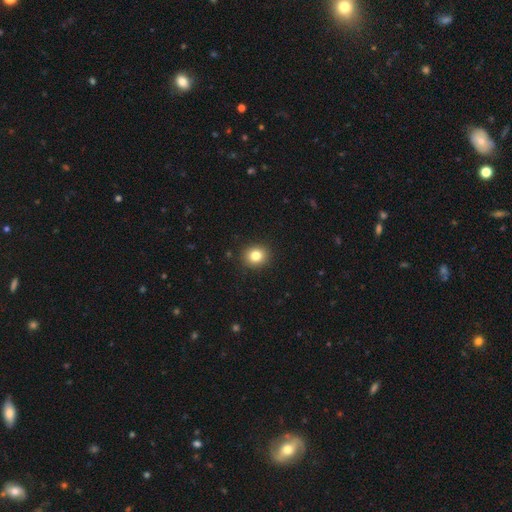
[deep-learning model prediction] Smooth or featured? Predicted: smooth (p=0.82). How rounded? Predicted: round (p=0.77). Merging? Predicted: none (p=0.91).